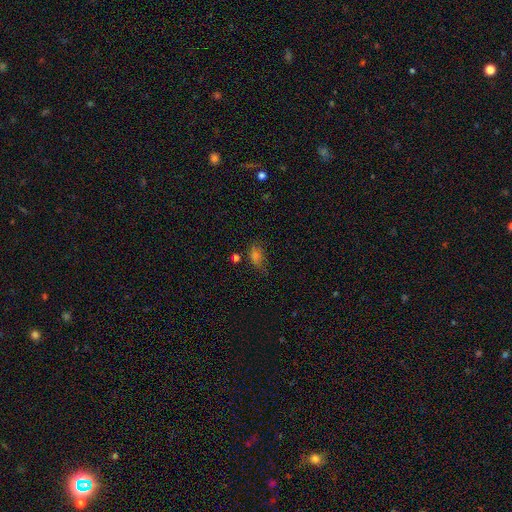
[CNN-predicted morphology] smooth-or-featured: smooth: 63% | star or artifact: 25% | featured or disk: 12%
  how-rounded: in between: 81% | round: 12% | cigar-shaped: 7%
  merging: none: 57% | minor disturbance: 27% | major disturbance: 13% | merger: 4%